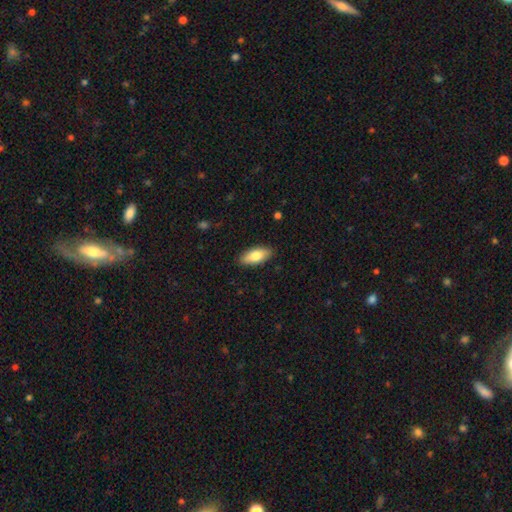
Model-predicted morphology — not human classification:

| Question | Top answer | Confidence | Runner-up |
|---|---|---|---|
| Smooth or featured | smooth | 79% | featured or disk (15%) |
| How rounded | in between | 83% | cigar-shaped (15%) |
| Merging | none | 88% | minor disturbance (9%) |